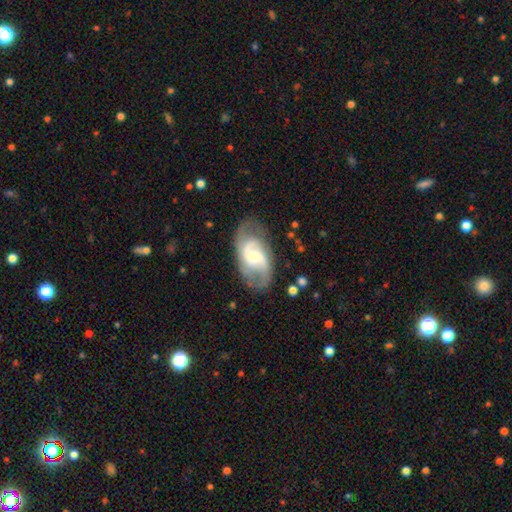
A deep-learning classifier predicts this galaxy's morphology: smooth-or-featured: featured or disk: 80% | smooth: 14% | star or artifact: 6%
  disk-edge-on: no: 96% | yes: 4%
    bar: weak: 46% | no: 40% | strong: 14%
    has-spiral-arms: yes: 93% | no: 7%
      spiral-winding: medium: 48% | tight: 27% | loose: 25%
      spiral-arm-count: 2: 75% | can't tell: 12% | 3: 7% | 1: 3% | 4: 2% | more than 4: 2%
    bulge-size: moderate: 48% | small: 45% | large: 5% | none: 2% | dominant: 1%
  merging: none: 75% | minor disturbance: 17% | major disturbance: 7% | merger: 1%